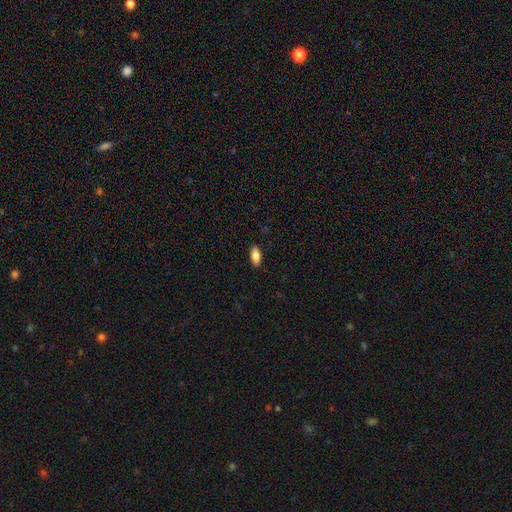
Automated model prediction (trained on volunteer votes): A smooth galaxy with no disk features (85%) that is in between round and cigar-shaped (89%). Merging: none (89%).